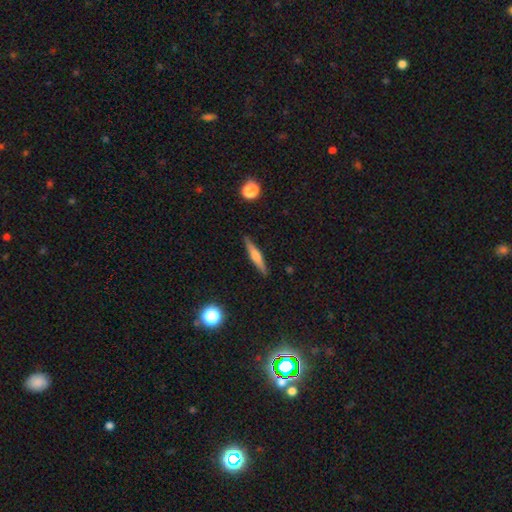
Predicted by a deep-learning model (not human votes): Overall: featured or disk (50%; smooth 43%). Merging: none (89%).